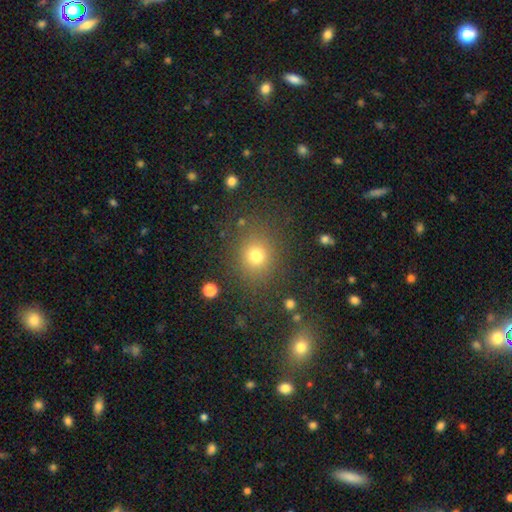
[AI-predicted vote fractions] This is likely a smooth galaxy (75%). How rounded: likely round (80%). Merging: clearly none (83%).